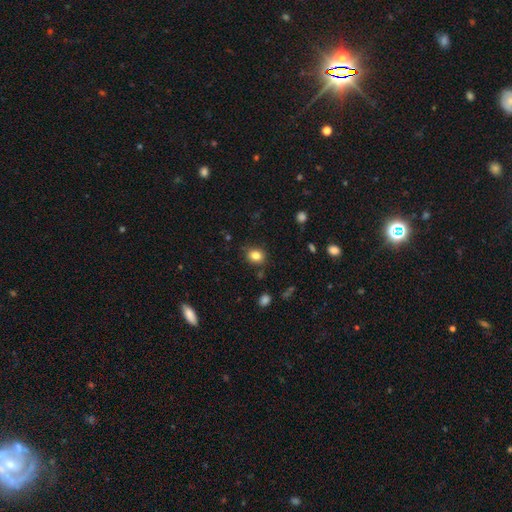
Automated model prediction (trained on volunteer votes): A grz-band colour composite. It shows a smooth galaxy with no disk features (84%) that is round (58%). Merging: none (83%).